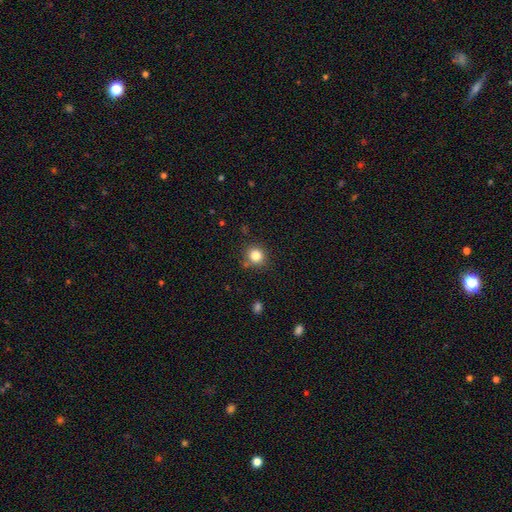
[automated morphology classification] Smooth or featured? Predicted: smooth (p=0.82). How rounded? Predicted: round (p=0.89). Merging? Predicted: none (p=0.82).